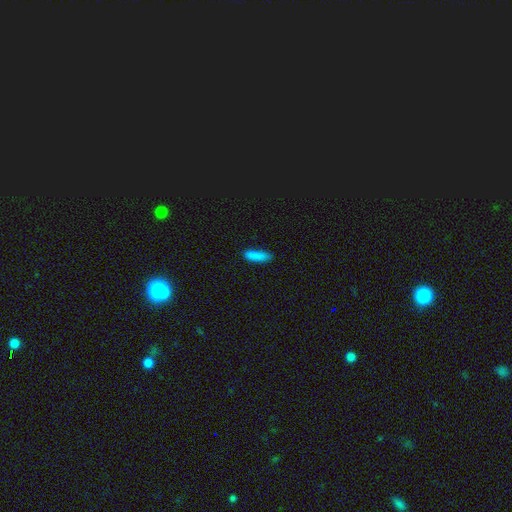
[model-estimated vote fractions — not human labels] Smooth or featured? Predicted: smooth (p=0.86). How rounded? Predicted: cigar-shaped (p=0.62). Merging? Predicted: none (p=0.80).